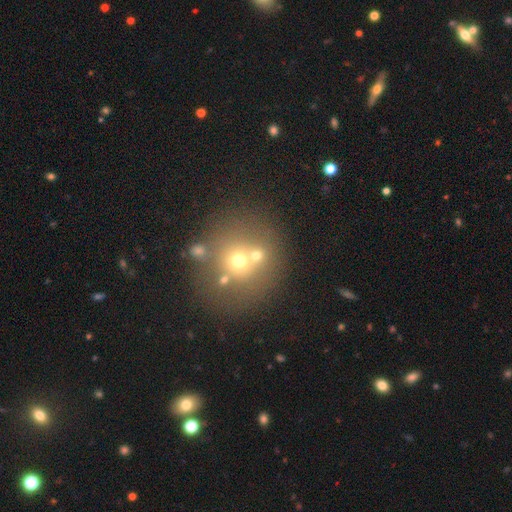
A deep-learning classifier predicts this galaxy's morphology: Q: Smooth or featured?
A: smooth (61%); runner-up: star or artifact (20%)
Q: How rounded?
A: round (83%); runner-up: in between (16%)
Q: Merging?
A: none (49%); runner-up: merger (35%)